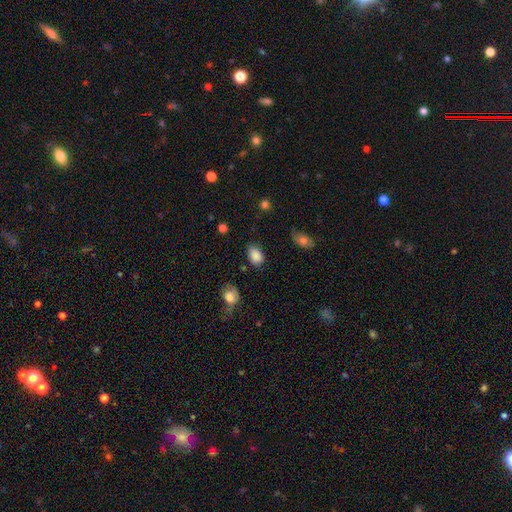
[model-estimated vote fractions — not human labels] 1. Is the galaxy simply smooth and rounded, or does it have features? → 87% smooth, 9% star or artifact, 5% featured or disk.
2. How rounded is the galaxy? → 86% in between, 13% round, 1% cigar-shaped.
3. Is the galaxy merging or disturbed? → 73% none, 20% minor disturbance, 5% major disturbance, 2% merger.